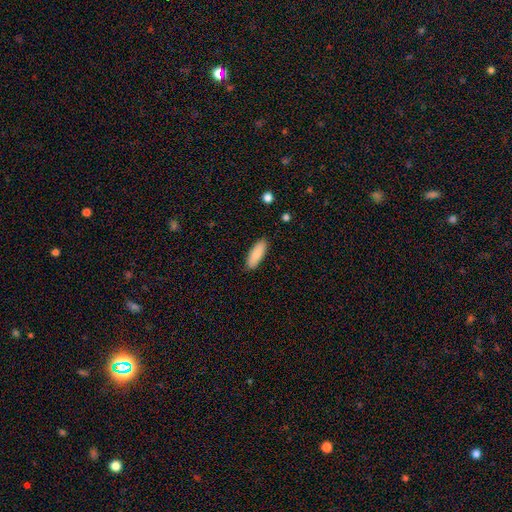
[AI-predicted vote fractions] smooth_or_featured: smooth (p=0.87) [alt: featured or disk p=0.07]
how_rounded: in between (p=0.61) [alt: cigar-shaped p=0.38]
merging: none (p=0.89) [alt: minor disturbance p=0.08]